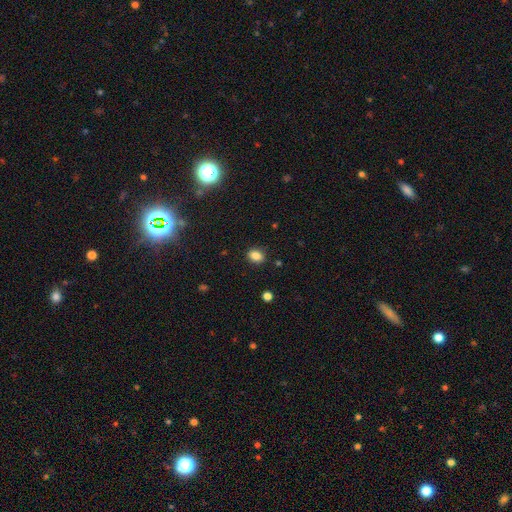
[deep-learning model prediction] Smooth or featured? Predicted: smooth (p=0.84). How rounded? Predicted: in between (p=0.55). Merging? Predicted: none (p=0.88).